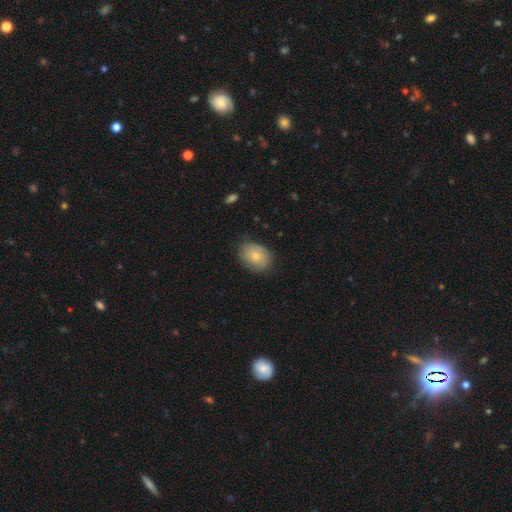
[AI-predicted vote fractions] A smooth galaxy with no disk features (68%) that is in between round and cigar-shaped (63%). Merging: none (73%).